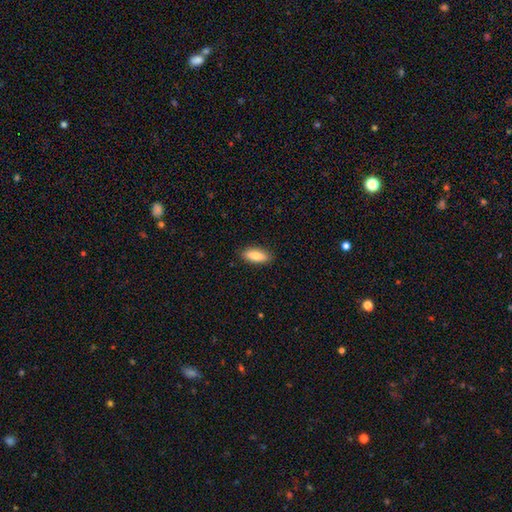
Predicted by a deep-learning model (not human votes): Overall: smooth (79%). How rounded: in between (67%; cigar-shaped 31%). Merging: none (88%).